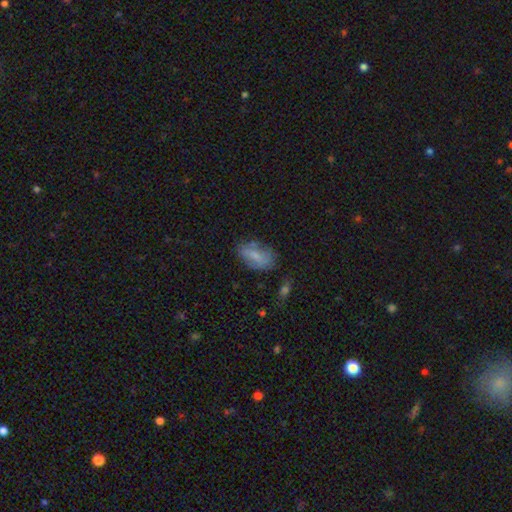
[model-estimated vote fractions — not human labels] Overall: smooth (72%). How rounded: in between (90%). Merging: none (63%; minor disturbance 25%).